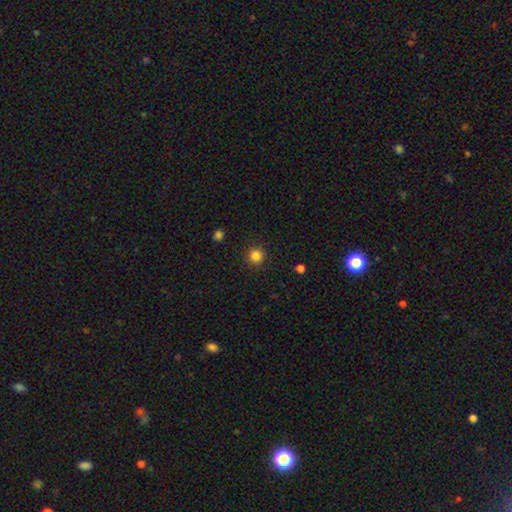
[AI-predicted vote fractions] A smooth galaxy with no disk features (85%) that is round (95%).

Vote fractions:
- Smooth or featured? smooth: 85% / star or artifact: 12% / featured or disk: 3%
- How rounded? round: 95% / in between: 4% / cigar-shaped: 1%
- Merging? none: 92% / minor disturbance: 5% / major disturbance: 2% / merger: 1%